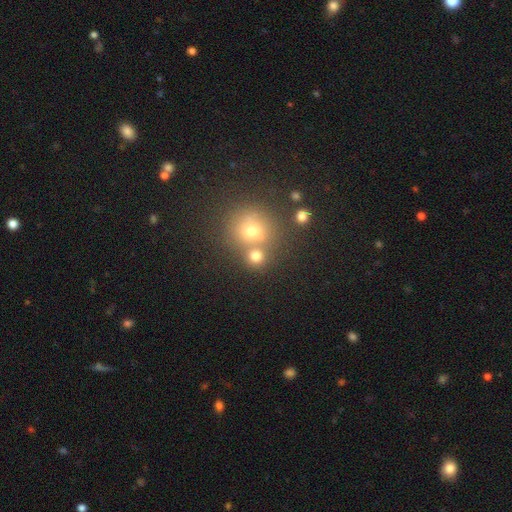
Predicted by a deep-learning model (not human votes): This appears to be a smooth galaxy with no disk features (73%) that is round (86%). Merging: none (59%).